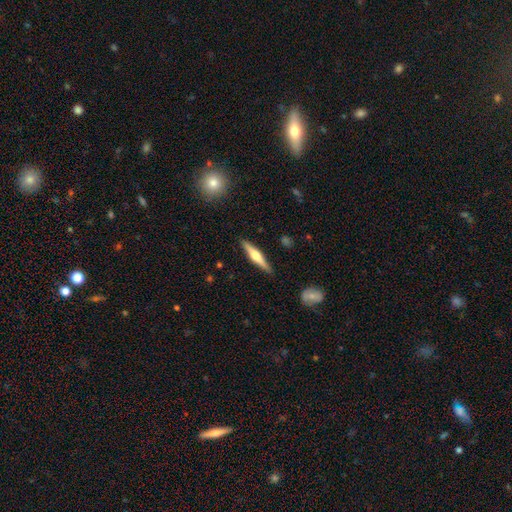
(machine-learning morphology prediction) This appears to be a featured or disk galaxy (61%) viewed edge-on (97%) with a rounded central bulge (90%). Merging: none (89%).